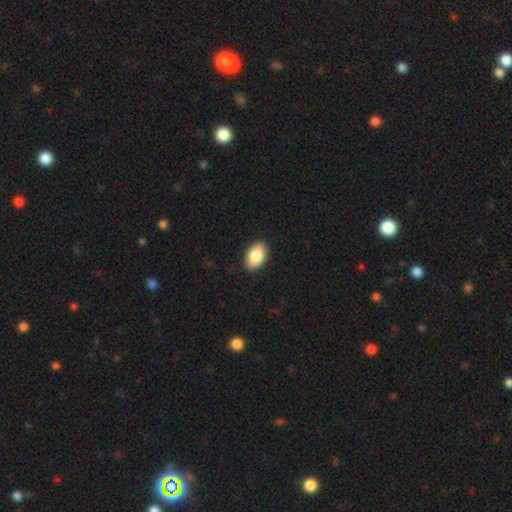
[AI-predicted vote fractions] Smooth or featured: smooth — 87% (featured or disk — 7%)
How rounded: in between — 92% (round — 7%)
Merging: none — 90% (minor disturbance — 8%)